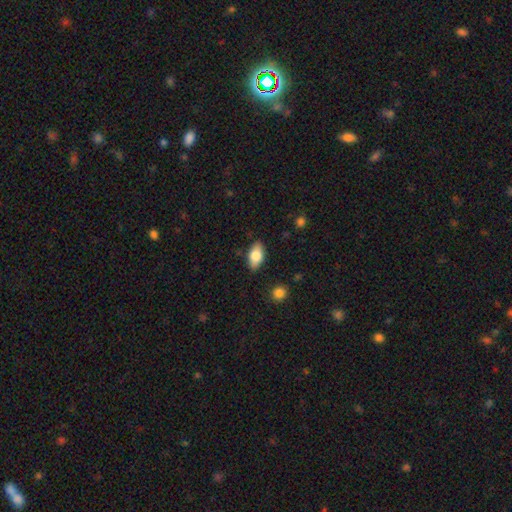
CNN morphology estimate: Smooth or featured?
  - smooth: 78% *
  - featured or disk: 15%
  - star or artifact: 7%
How rounded?
  - in between: 90% *
  - round: 5%
  - cigar-shaped: 5%
Merging?
  - none: 85% *
  - minor disturbance: 11%
  - major disturbance: 2%
  - merger: 1%